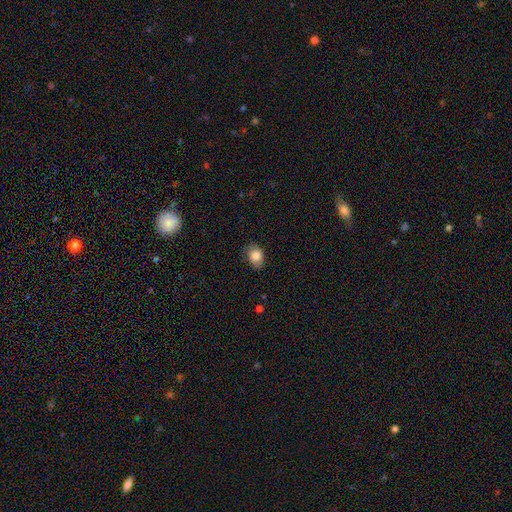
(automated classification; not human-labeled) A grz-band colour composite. It shows a smooth galaxy with no disk features (83%) that is in between round and cigar-shaped (74%). Merging: none (75%).